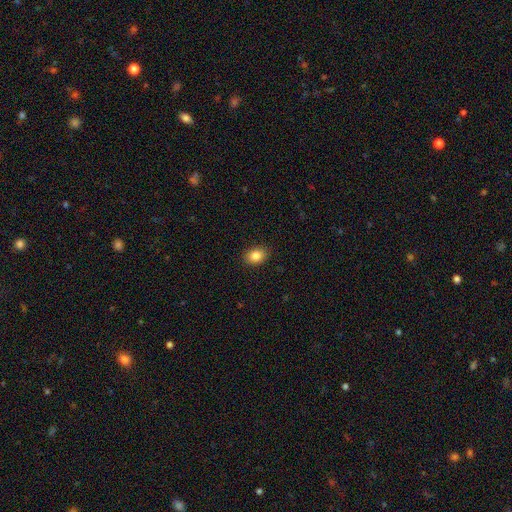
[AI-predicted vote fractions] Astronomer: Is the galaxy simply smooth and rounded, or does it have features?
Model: smooth — 85%.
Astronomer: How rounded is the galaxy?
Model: in between — 74%.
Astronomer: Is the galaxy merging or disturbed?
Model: none — 88%.